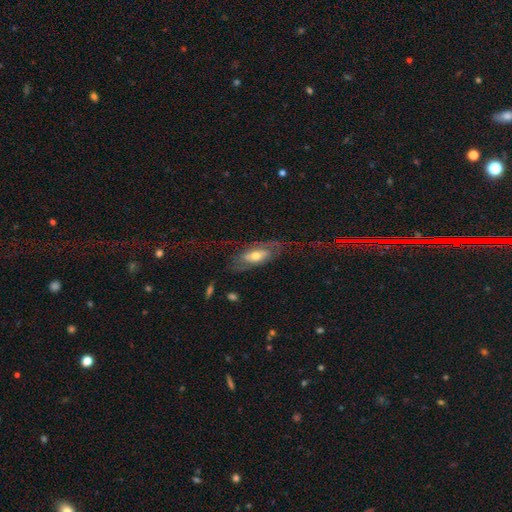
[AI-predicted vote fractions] Smooth or featured?
  - featured or disk: 63% *
  - smooth: 30%
  - star or artifact: 7%
Edge-on disk?
  - no: 81% *
  - yes: 19%
Bar?
  - no: 57% *
  - weak: 30%
  - strong: 13%
Spiral arms?
  - yes: 70% *
  - no: 30%
Bulge size?
  - moderate: 65% *
  - small: 21%
  - large: 11%
  - none: 1%
  - dominant: 1%
Merging?
  - none: 58% *
  - major disturbance: 21%
  - minor disturbance: 19%
  - merger: 2%